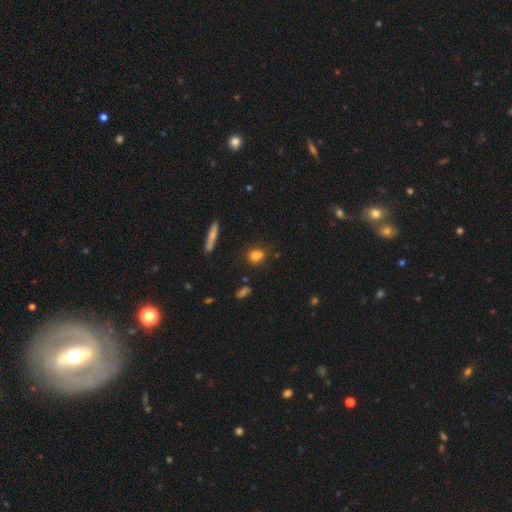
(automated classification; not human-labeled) smooth 75%, star or artifact 14%, featured or disk 11%. Down the decision tree: how rounded — round (56%); merging — none (64%).